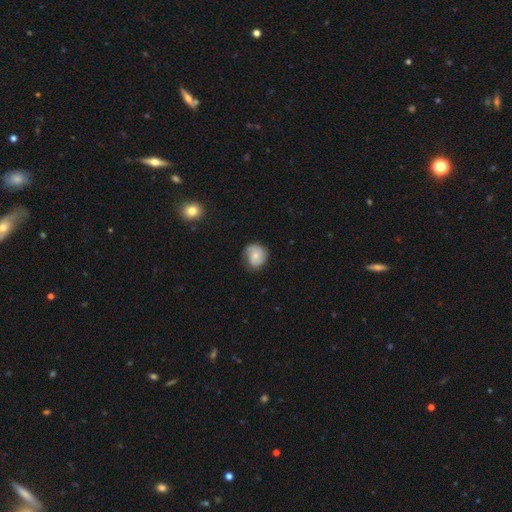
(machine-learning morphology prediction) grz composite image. It shows a smooth galaxy with no disk features (61%) that is round (81%). Merging: none (69%).